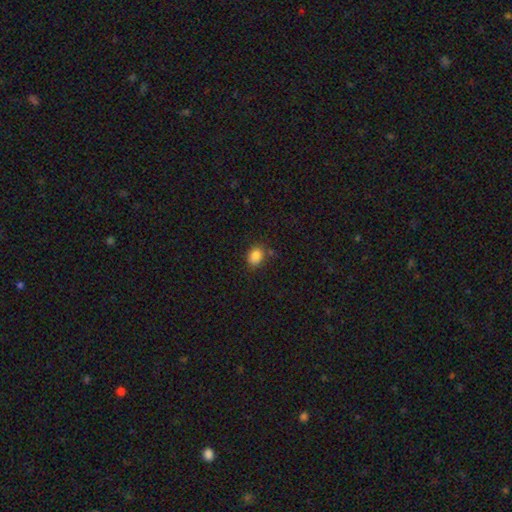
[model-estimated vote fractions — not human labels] A smooth galaxy with no disk features (85%) that is in between round and cigar-shaped (55%).

Vote fractions:
- Smooth or featured? smooth: 85% / star or artifact: 10% / featured or disk: 4%
- How rounded? in between: 55% / round: 44% / cigar-shaped: 1%
- Merging? none: 76% / minor disturbance: 16% / merger: 4% / major disturbance: 4%